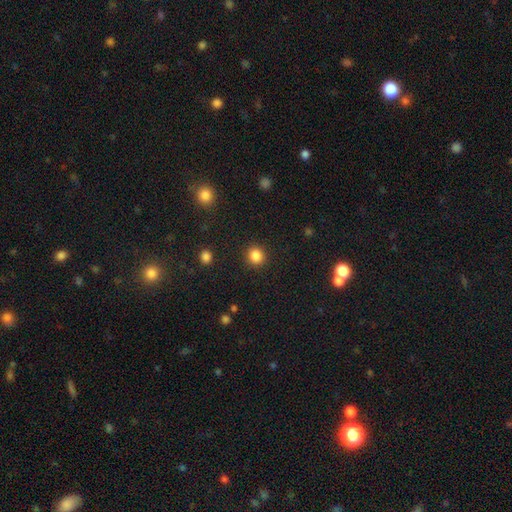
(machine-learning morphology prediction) Smooth or featured? smooth (86%)
How rounded? round (86%)
Merging? none (91%)